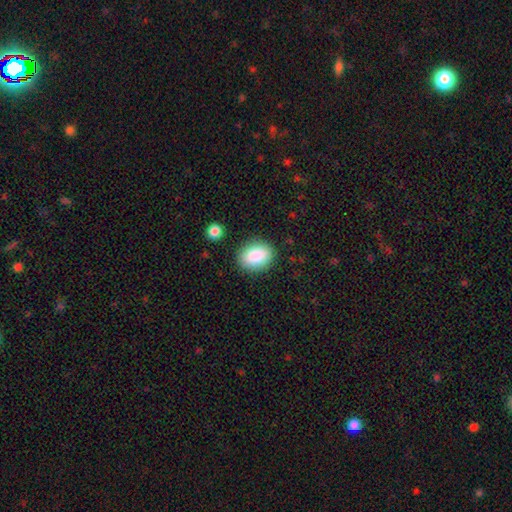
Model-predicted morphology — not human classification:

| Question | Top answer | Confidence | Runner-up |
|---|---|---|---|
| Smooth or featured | smooth | 87% | star or artifact (7%) |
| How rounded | in between | 69% | round (30%) |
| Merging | none | 85% | minor disturbance (10%) |